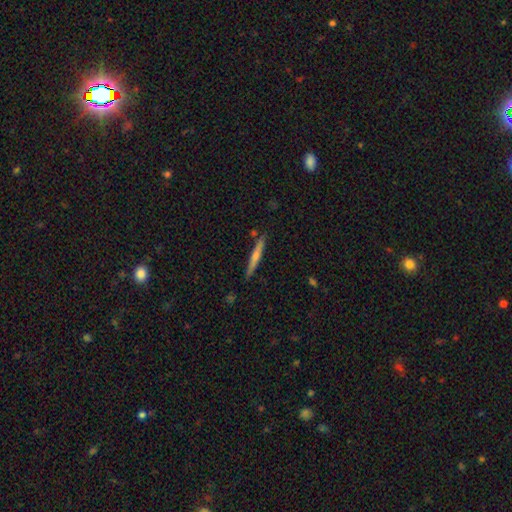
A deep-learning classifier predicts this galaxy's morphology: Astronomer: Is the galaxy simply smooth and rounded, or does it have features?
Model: featured or disk — 66%.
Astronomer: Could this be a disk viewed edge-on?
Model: yes — 98%.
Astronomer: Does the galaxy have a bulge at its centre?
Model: rounded — 74%.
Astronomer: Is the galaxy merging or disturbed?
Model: none — 89%.